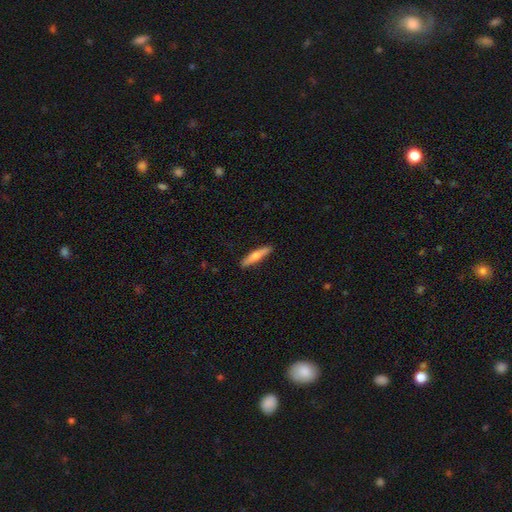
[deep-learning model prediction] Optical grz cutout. It shows a smooth galaxy with no disk features (60%) that is cigar-shaped (84%). Merging: none (90%).